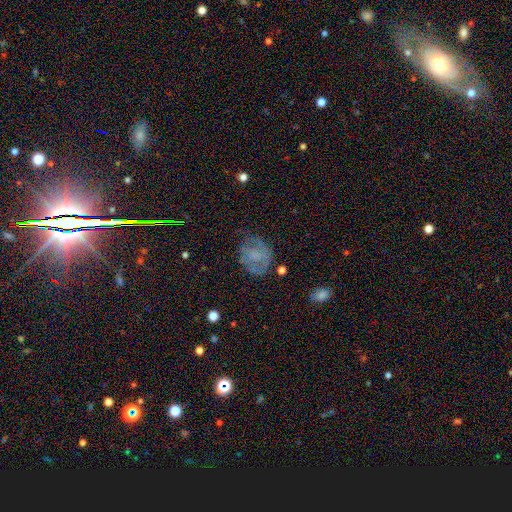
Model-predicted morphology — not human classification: Smooth or featured?
  - featured or disk: 54% *
  - smooth: 34%
  - star or artifact: 12%
Edge-on disk?
  - no: 97% *
  - yes: 3%
Bar?
  - no: 76% *
  - weak: 20%
  - strong: 4%
Spiral arms?
  - yes: 58% *
  - no: 42%
Bulge size?
  - none: 53% *
  - small: 21%
  - moderate: 19%
  - large: 6%
  - dominant: 2%
Merging?
  - none: 51% *
  - minor disturbance: 27%
  - major disturbance: 20%
  - merger: 2%